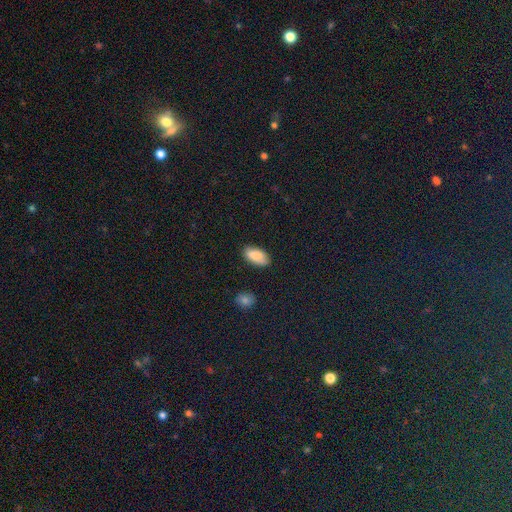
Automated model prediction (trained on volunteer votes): Smooth or featured?
  - smooth: 88% *
  - star or artifact: 7%
  - featured or disk: 5%
How rounded?
  - in between: 92% *
  - cigar-shaped: 6%
  - round: 2%
Merging?
  - none: 81% *
  - minor disturbance: 15%
  - major disturbance: 3%
  - merger: 2%